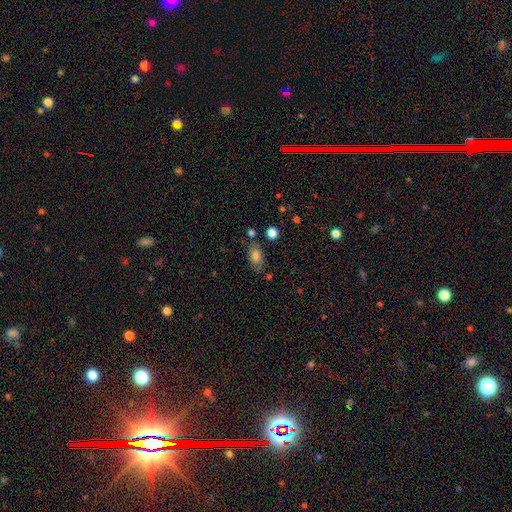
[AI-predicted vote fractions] Smooth or featured: smooth — 79% (featured or disk — 13%)
How rounded: in between — 90% (round — 6%)
Merging: none — 74% (minor disturbance — 16%)